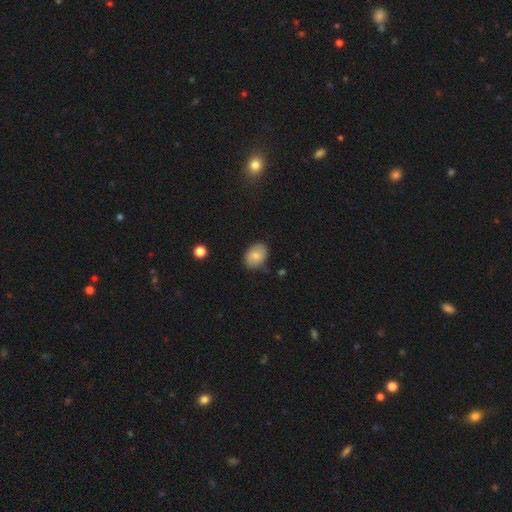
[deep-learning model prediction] Overall: smooth (79%). How rounded: in between (71%). Merging: none (79%).